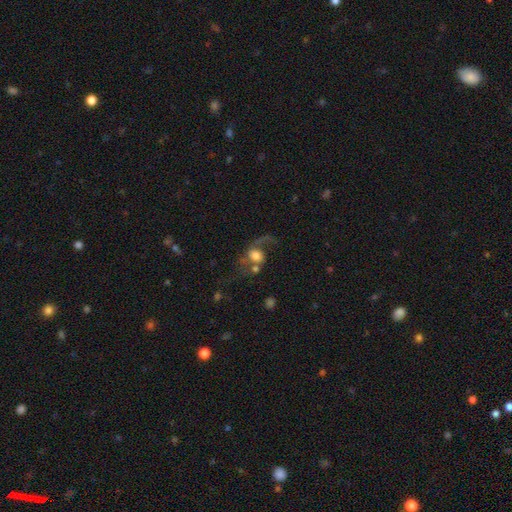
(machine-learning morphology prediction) A featured or disk galaxy (52%) with no bar (68%), spiral arms (78%) and a large central bulge (38%).

Vote fractions:
- Smooth or featured? featured or disk: 52% / smooth: 38% / star or artifact: 10%
- Edge-on disk? no: 96% / yes: 4%
- Bar? no: 68% / weak: 26% / strong: 6%
- Spiral arms? yes: 78% / no: 22%
- Bulge size? large: 38% / moderate: 37% / dominant: 11% / small: 10% / none: 5%
- Merging? major disturbance: 35% / none: 32% / merger: 18% / minor disturbance: 14%